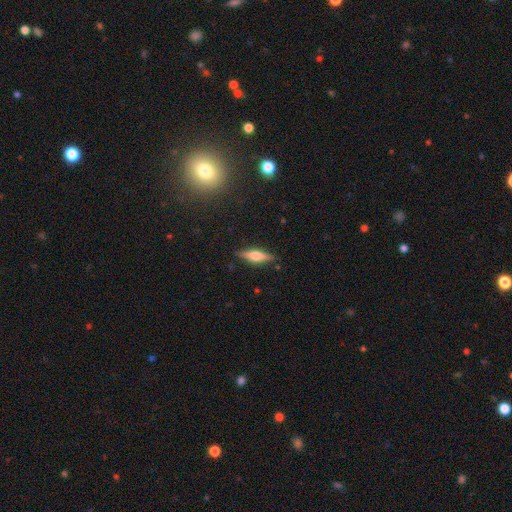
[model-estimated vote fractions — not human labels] Q: Smooth or featured?
A: featured or disk (57%); runner-up: smooth (36%)
Q: Edge-on disk?
A: yes (95%); runner-up: no (5%)
Q: Edge-on bulge?
A: rounded (86%); runner-up: boxy (11%)
Q: Merging?
A: none (87%); runner-up: minor disturbance (10%)